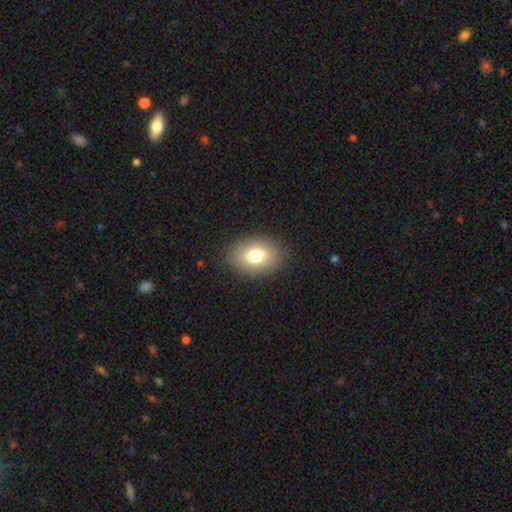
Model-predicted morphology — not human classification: Smooth or featured?
  - smooth: 77% *
  - featured or disk: 13%
  - star or artifact: 10%
How rounded?
  - in between: 76% *
  - round: 23%
  - cigar-shaped: 1%
Merging?
  - none: 88% *
  - minor disturbance: 8%
  - major disturbance: 3%
  - merger: 1%